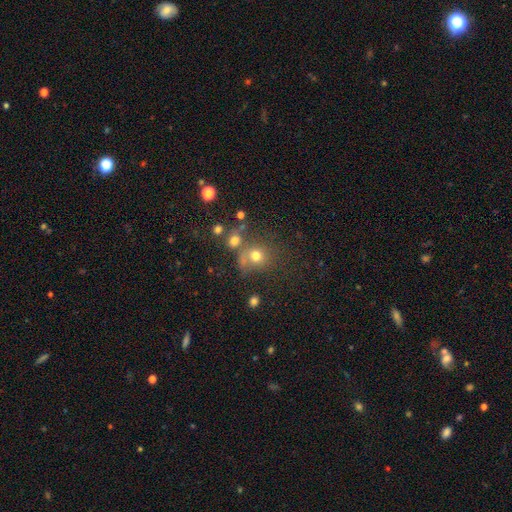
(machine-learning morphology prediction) smooth-or-featured: smooth: 71% | star or artifact: 17% | featured or disk: 12%
  how-rounded: round: 81% | in between: 18% | cigar-shaped: 1%
  merging: none: 53% | merger: 24% | minor disturbance: 14% | major disturbance: 10%